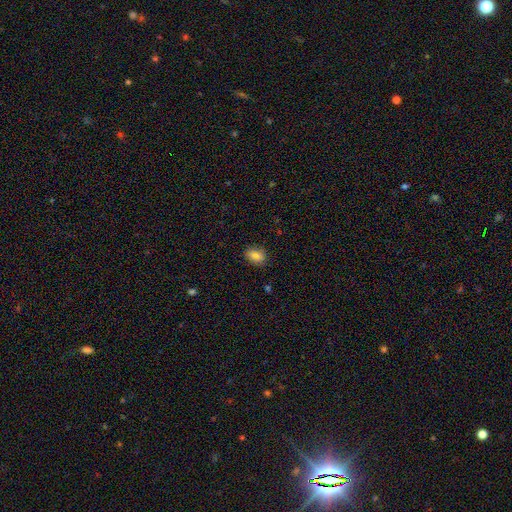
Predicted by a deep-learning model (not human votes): This is clearly a smooth galaxy (82%). How rounded: likely in between (76%). Merging: clearly none (85%).